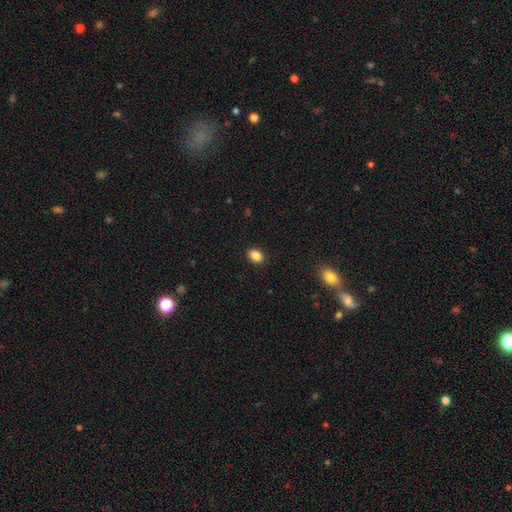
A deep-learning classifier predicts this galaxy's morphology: Q: Smooth or featured?
A: smooth (87%); runner-up: star or artifact (10%)
Q: How rounded?
A: in between (70%); runner-up: round (29%)
Q: Merging?
A: none (90%); runner-up: minor disturbance (7%)